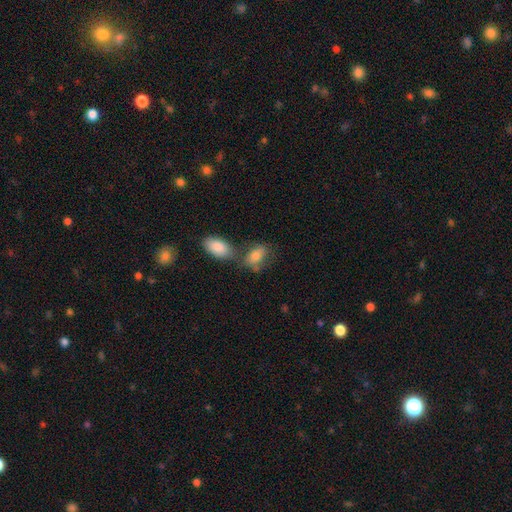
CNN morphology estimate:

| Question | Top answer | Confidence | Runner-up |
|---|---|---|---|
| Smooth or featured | smooth | 77% | featured or disk (15%) |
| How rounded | in between | 87% | round (10%) |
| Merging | none | 45% | merger (31%) |